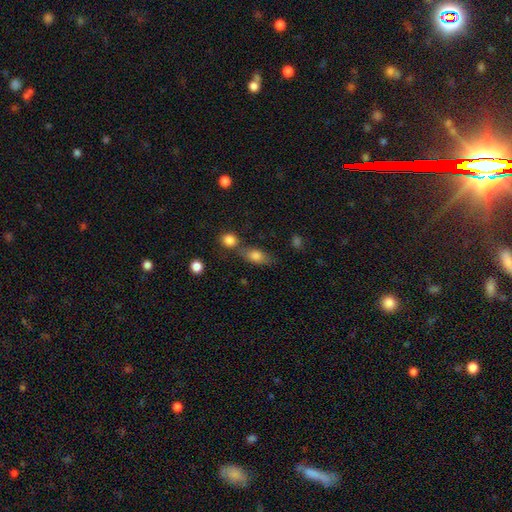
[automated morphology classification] smooth 78%, featured or disk 13%, star or artifact 9%. Down the decision tree: how rounded — in between (73%); merging — none (47%).